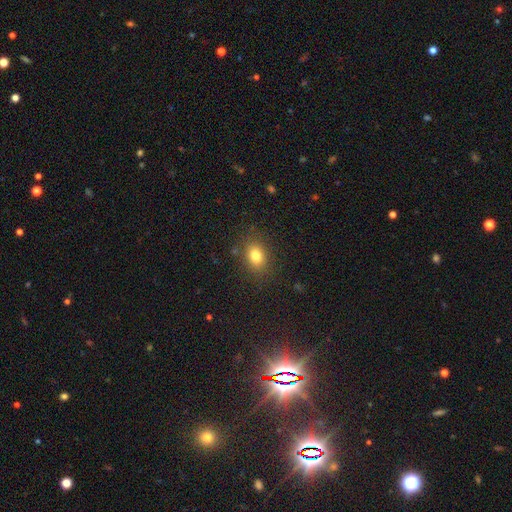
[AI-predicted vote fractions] A smooth galaxy with no disk features (80%) that is in between round and cigar-shaped (64%). Merging: none (85%).